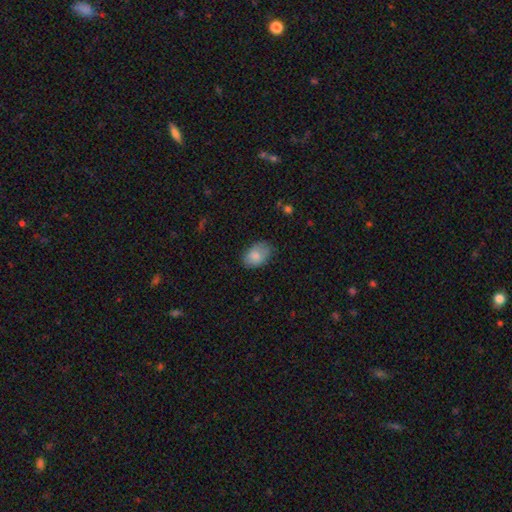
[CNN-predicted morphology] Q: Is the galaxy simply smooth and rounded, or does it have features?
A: smooth — 84%.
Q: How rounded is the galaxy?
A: in between — 87%.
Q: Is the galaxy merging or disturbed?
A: none — 69%.